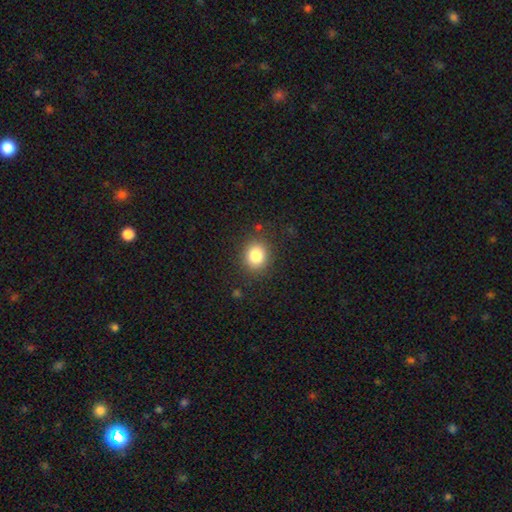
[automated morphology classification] A smooth galaxy with no disk features (83%) that is round (75%).

Vote fractions:
- Smooth or featured? smooth: 83% / star or artifact: 11% / featured or disk: 6%
- How rounded? round: 75% / in between: 24% / cigar-shaped: 1%
- Merging? none: 87% / minor disturbance: 9% / major disturbance: 3% / merger: 1%